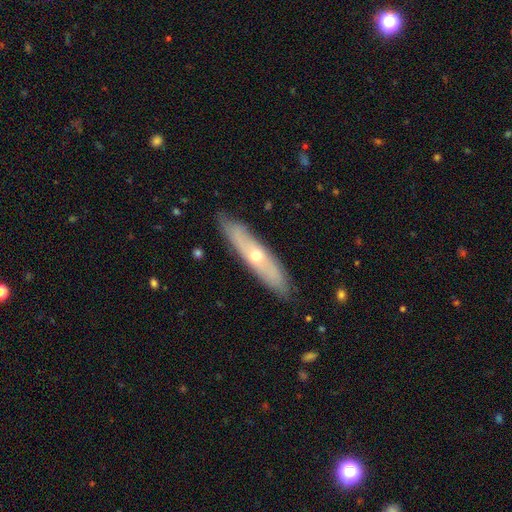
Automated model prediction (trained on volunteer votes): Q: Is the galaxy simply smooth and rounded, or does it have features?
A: featured or disk — 54%.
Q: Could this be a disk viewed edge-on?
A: yes — 58%.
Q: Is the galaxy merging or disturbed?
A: none — 84%.